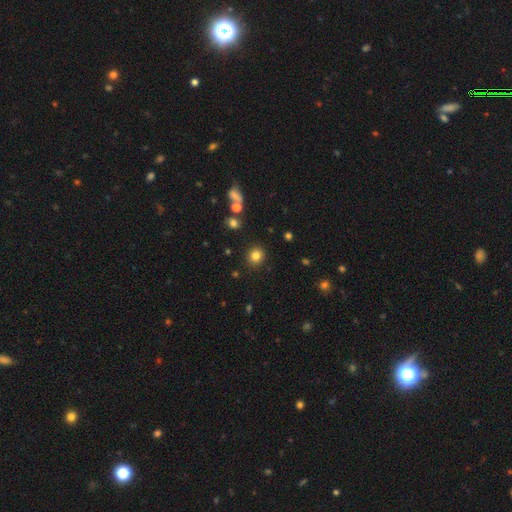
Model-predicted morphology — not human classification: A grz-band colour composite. It shows a smooth galaxy with no disk features (81%) that is round (86%). Merging: none (89%).